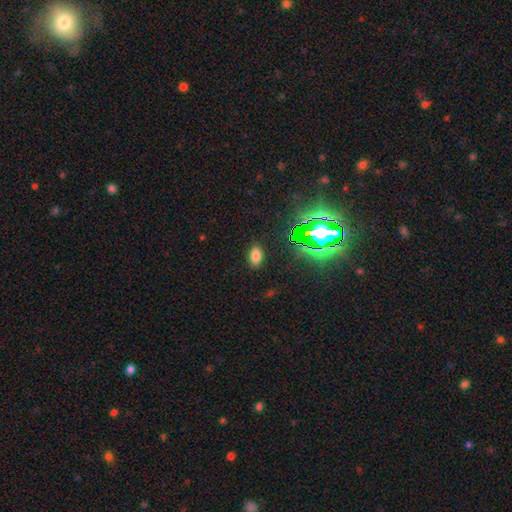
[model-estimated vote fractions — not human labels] smooth 72%, star or artifact 21%, featured or disk 7%. Down the decision tree: how rounded — in between (89%); merging — none (87%).